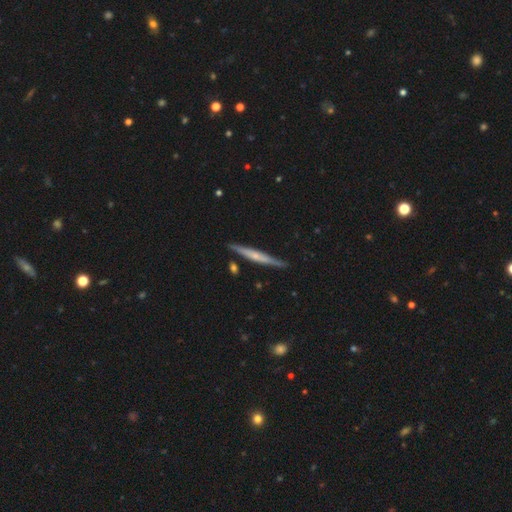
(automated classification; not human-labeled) Q: Smooth or featured?
A: featured or disk (59%); runner-up: smooth (36%)
Q: Edge-on disk?
A: yes (96%); runner-up: no (4%)
Q: Edge-on bulge?
A: rounded (46%); runner-up: none (43%)
Q: Merging?
A: none (85%); runner-up: minor disturbance (11%)